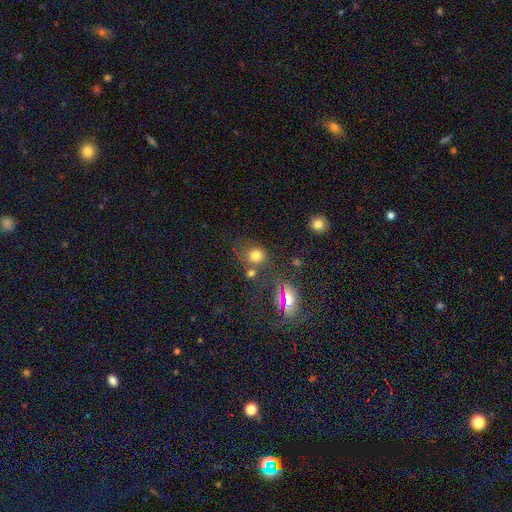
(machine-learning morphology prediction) smooth_or_featured: smooth (p=0.71) [alt: star or artifact p=0.20]
how_rounded: round (p=0.77) [alt: in between p=0.22]
merging: none (p=0.58) [alt: merger p=0.18]